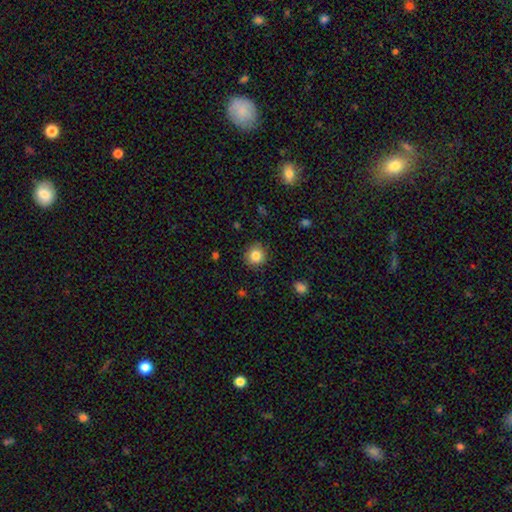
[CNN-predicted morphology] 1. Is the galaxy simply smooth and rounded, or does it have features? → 84% smooth, 10% star or artifact, 6% featured or disk.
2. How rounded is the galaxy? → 90% round, 9% in between, 1% cigar-shaped.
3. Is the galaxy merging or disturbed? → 89% none, 8% minor disturbance, 2% major disturbance, 1% merger.